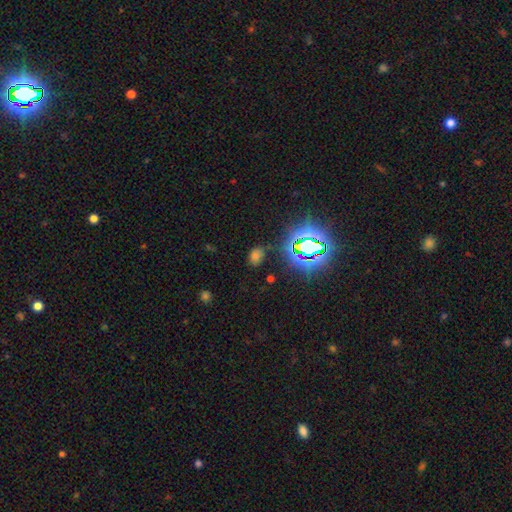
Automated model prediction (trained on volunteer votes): A star or artifact, not a galaxy (50%).